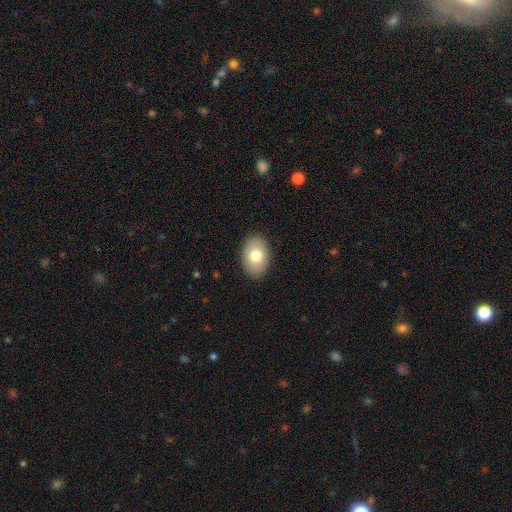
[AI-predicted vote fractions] A smooth galaxy with no disk features (77%) that is in between round and cigar-shaped (86%). Merging: none (89%).